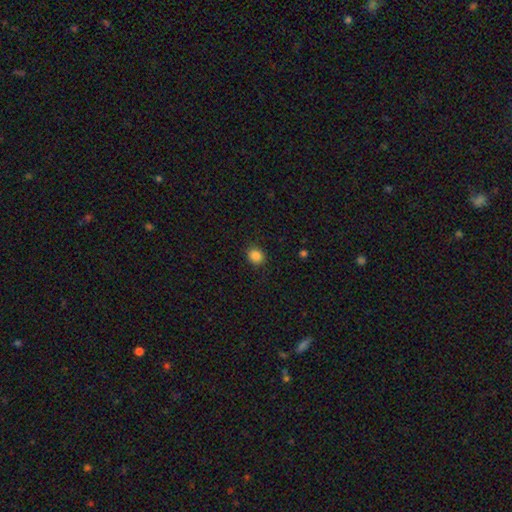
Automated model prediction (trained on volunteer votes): A smooth galaxy with no disk features (85%) that is round (79%).

Vote fractions:
- Smooth or featured? smooth: 85% / star or artifact: 11% / featured or disk: 4%
- How rounded? round: 79% / in between: 21% / cigar-shaped: 1%
- Merging? none: 89% / minor disturbance: 7% / major disturbance: 2% / merger: 1%